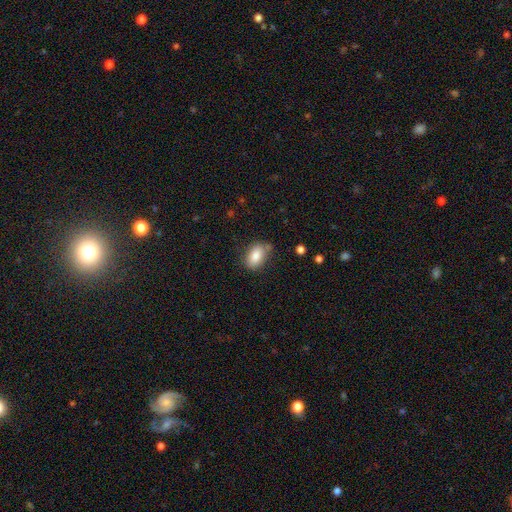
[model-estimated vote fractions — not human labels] smooth 85%, featured or disk 8%, star or artifact 7%. Down the decision tree: how rounded — in between (88%); merging — none (73%).